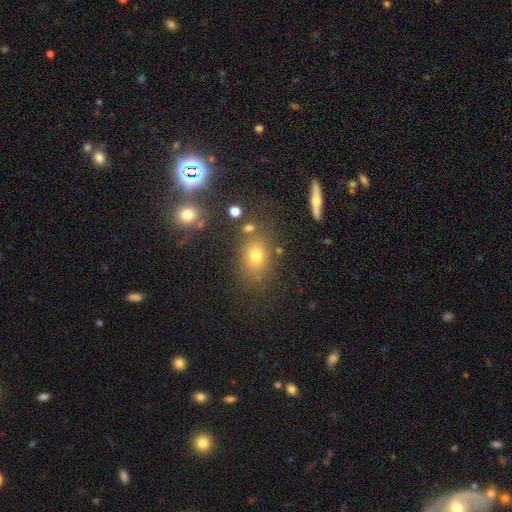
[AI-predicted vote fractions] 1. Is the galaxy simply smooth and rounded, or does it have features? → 70% smooth, 18% star or artifact, 12% featured or disk.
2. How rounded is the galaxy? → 57% in between, 41% round, 2% cigar-shaped.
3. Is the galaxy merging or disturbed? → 74% none, 13% minor disturbance, 7% merger, 6% major disturbance.